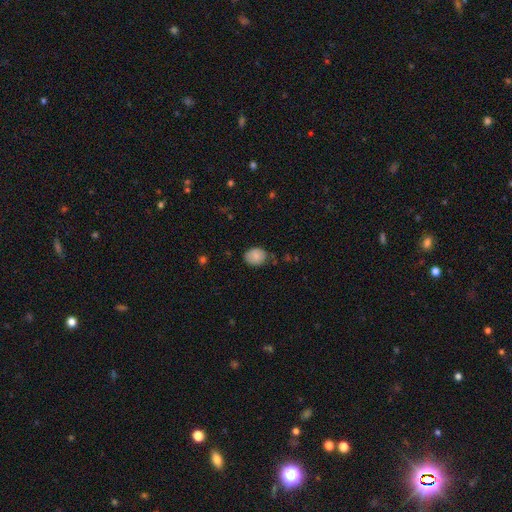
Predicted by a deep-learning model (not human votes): This appears to be a smooth galaxy with no disk features (81%) that is in between round and cigar-shaped (51%). Merging: none (66%).